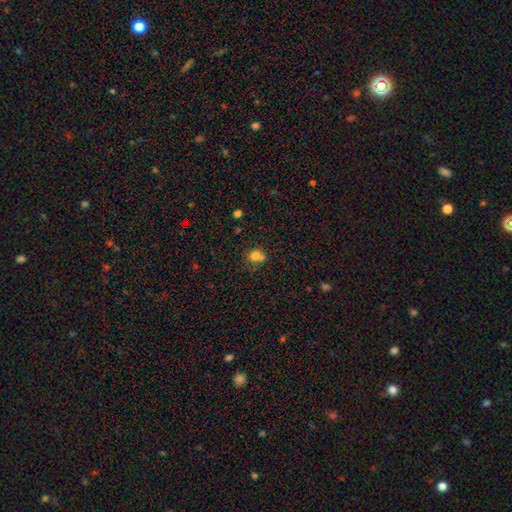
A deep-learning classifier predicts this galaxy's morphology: Smooth or featured? smooth (75%)
How rounded? round (71%)
Merging? none (47%)